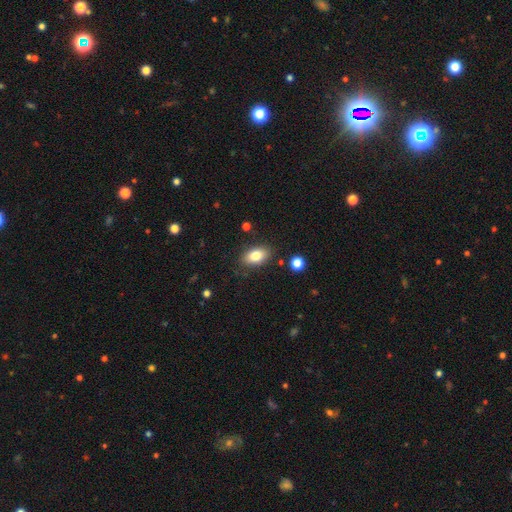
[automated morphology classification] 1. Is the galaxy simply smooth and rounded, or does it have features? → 80% smooth, 12% featured or disk, 8% star or artifact.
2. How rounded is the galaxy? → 90% in between, 8% round, 3% cigar-shaped.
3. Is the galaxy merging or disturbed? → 83% none, 12% minor disturbance, 3% major disturbance, 2% merger.